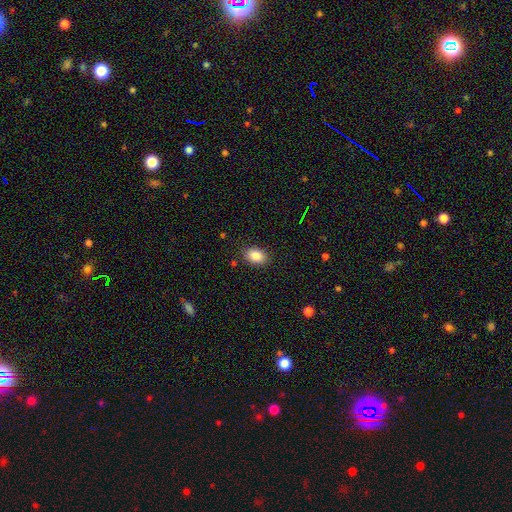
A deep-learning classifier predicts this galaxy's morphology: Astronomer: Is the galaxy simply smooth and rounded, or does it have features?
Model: smooth — 86%.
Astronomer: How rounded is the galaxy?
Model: in between — 83%.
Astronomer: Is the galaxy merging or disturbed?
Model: none — 86%.